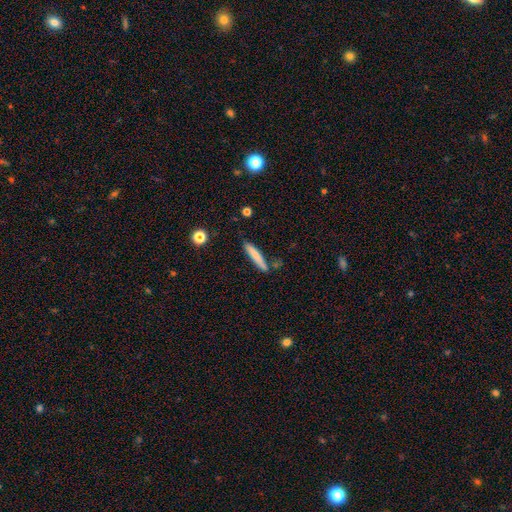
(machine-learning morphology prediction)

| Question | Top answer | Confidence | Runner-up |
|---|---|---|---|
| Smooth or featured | smooth | 75% | featured or disk (18%) |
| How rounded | cigar-shaped | 92% | in between (6%) |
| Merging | none | 78% | minor disturbance (14%) |